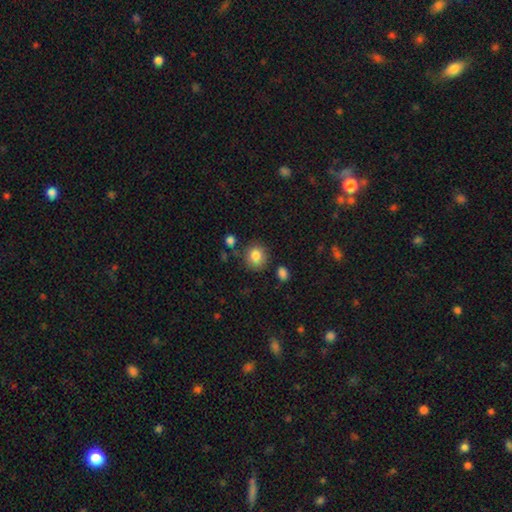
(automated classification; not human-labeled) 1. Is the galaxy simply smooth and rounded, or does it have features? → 84% smooth, 9% star or artifact, 7% featured or disk.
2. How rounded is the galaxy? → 80% round, 19% in between, 1% cigar-shaped.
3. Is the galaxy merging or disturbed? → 79% none, 12% minor disturbance, 5% merger, 4% major disturbance.